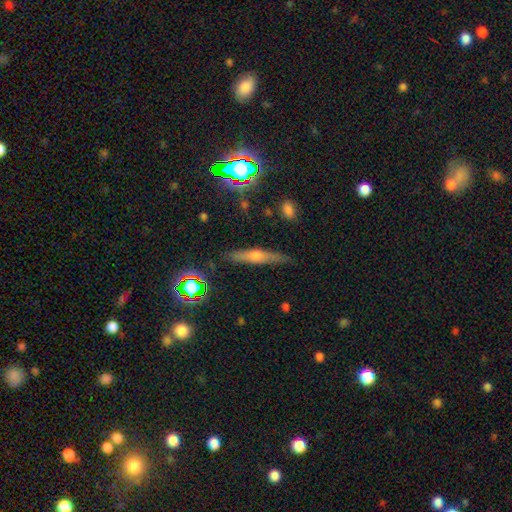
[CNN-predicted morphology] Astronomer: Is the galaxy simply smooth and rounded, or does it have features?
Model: featured or disk — 52% (runner-up: smooth, 35%).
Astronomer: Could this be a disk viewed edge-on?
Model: yes — 93%.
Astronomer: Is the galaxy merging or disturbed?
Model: none — 85%.